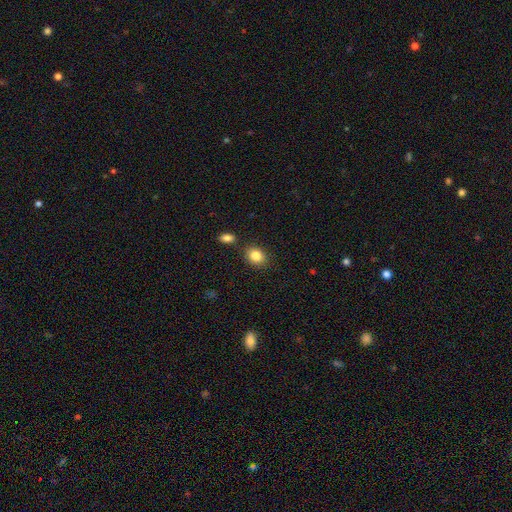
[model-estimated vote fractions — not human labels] The model was most divided on "how rounded": in between: 56%, round: 43%, cigar-shaped: 1%. More confident: smooth or featured — smooth (85%); merging — none (81%).